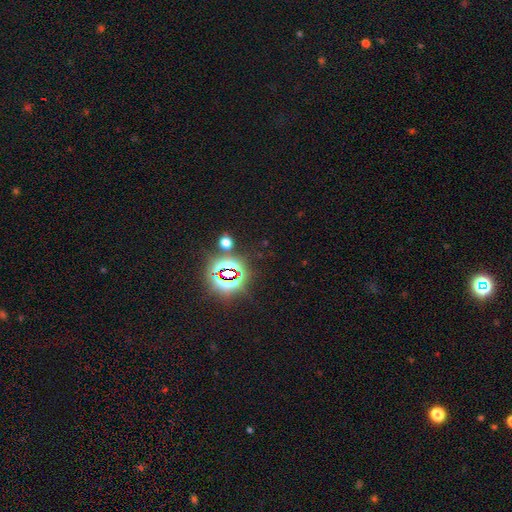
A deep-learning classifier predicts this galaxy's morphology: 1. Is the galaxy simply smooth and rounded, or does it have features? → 81% star or artifact, 11% smooth, 7% featured or disk.